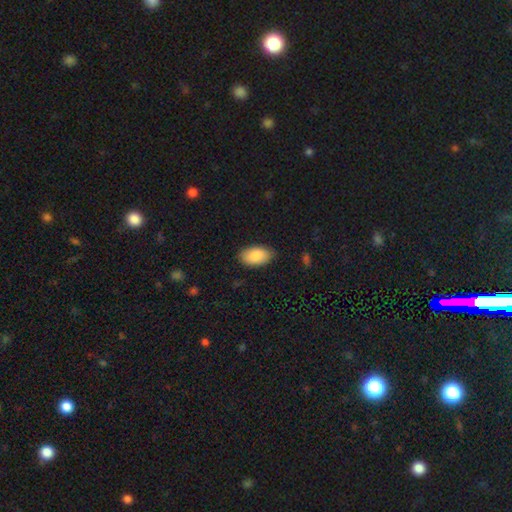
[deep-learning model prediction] smooth_or_featured: smooth (p=0.87) [alt: featured or disk p=0.07]
how_rounded: in between (p=0.95) [alt: round p=0.04]
merging: none (p=0.83) [alt: minor disturbance p=0.13]